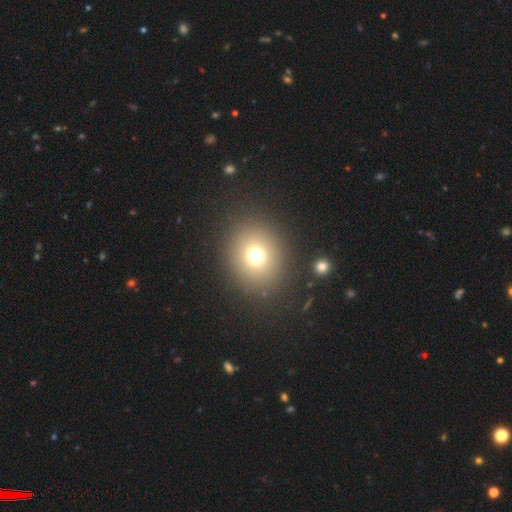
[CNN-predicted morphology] smooth-or-featured: smooth: 72% | star or artifact: 18% | featured or disk: 10%
  how-rounded: round: 77% | in between: 22% | cigar-shaped: 1%
  merging: none: 87% | minor disturbance: 7% | major disturbance: 4% | merger: 2%